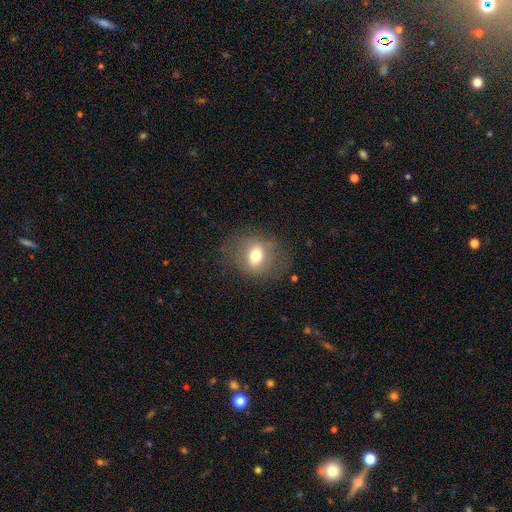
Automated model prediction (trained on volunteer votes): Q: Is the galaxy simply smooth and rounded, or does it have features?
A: smooth — 62%.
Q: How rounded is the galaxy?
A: in between — 52%.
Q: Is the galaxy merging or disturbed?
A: none — 76%.